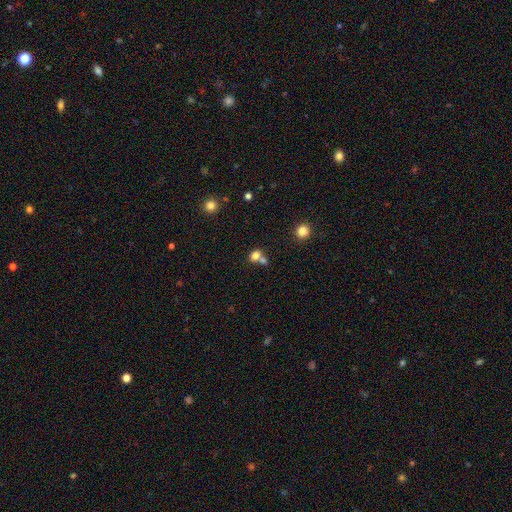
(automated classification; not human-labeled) Overall: smooth (77%). How rounded: round (51%; in between 47%). Merging: merger (48%; none 40%).